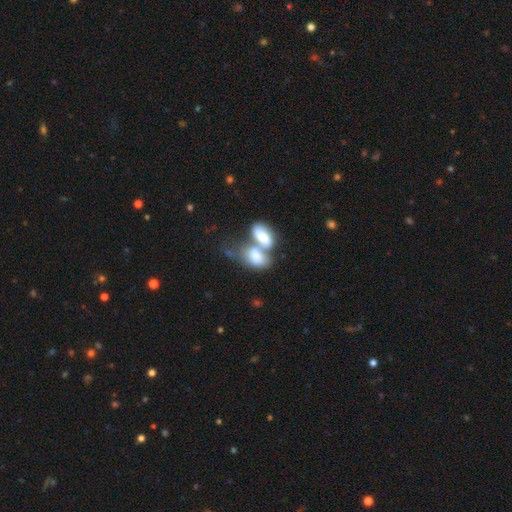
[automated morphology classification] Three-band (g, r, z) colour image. It shows a smooth galaxy with no disk features (70%) that is in between round and cigar-shaped (90%). Merging: merger (76%).